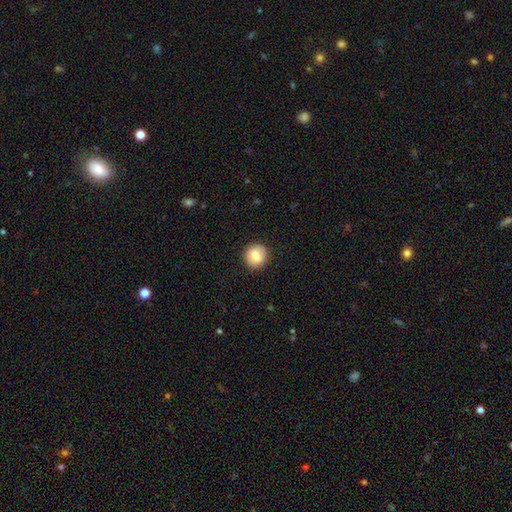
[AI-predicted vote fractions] Smooth or featured? Predicted: smooth (p=0.77). How rounded? Predicted: round (p=0.86). Merging? Predicted: none (p=0.87).